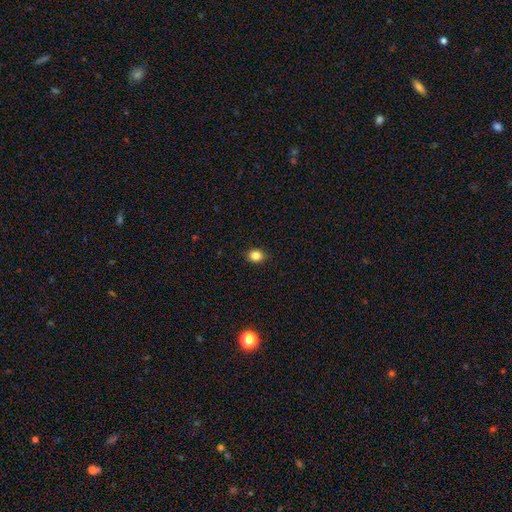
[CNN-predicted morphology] A smooth galaxy with no disk features (83%) that is round (72%).

Vote fractions:
- Smooth or featured? smooth: 83% / star or artifact: 12% / featured or disk: 5%
- How rounded? round: 72% / in between: 28% / cigar-shaped: 1%
- Merging? none: 91% / minor disturbance: 6% / major disturbance: 2% / merger: 1%